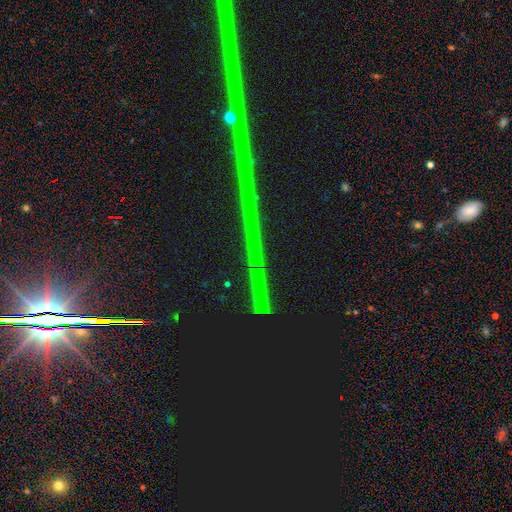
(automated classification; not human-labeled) star or artifact 84%, featured or disk 11%, smooth 5%.